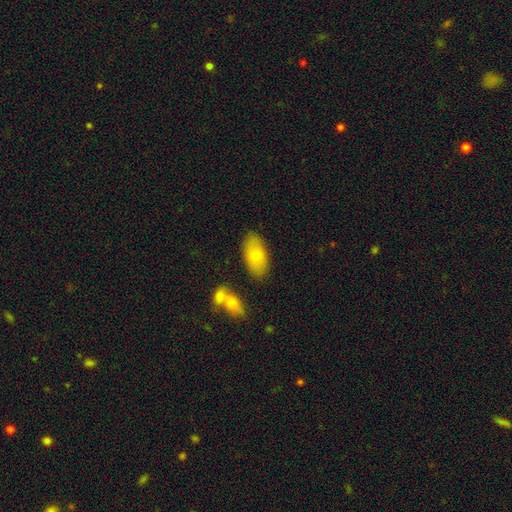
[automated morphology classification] Smooth or featured?
  - smooth: 75% *
  - featured or disk: 18%
  - star or artifact: 7%
How rounded?
  - in between: 93% *
  - round: 4%
  - cigar-shaped: 3%
Merging?
  - none: 81% *
  - minor disturbance: 11%
  - merger: 5%
  - major disturbance: 3%